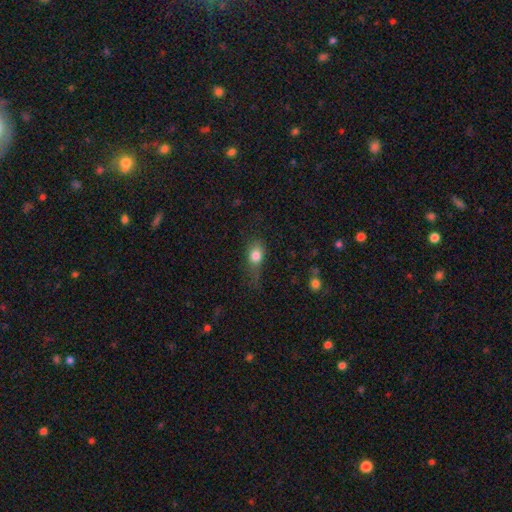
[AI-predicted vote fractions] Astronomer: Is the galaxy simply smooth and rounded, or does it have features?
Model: smooth — 79%.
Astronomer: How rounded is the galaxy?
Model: in between — 63%.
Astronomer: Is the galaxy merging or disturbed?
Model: none — 42% (runner-up: minor disturbance, 32%).